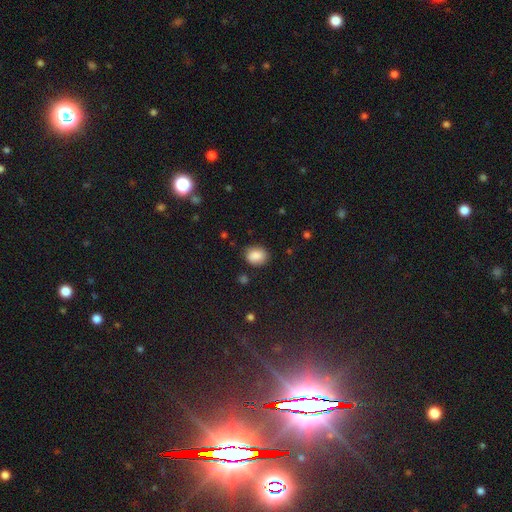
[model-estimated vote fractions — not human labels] Q: Smooth or featured?
A: smooth (86%); runner-up: star or artifact (8%)
Q: How rounded?
A: in between (54%); runner-up: round (45%)
Q: Merging?
A: none (82%); runner-up: minor disturbance (13%)